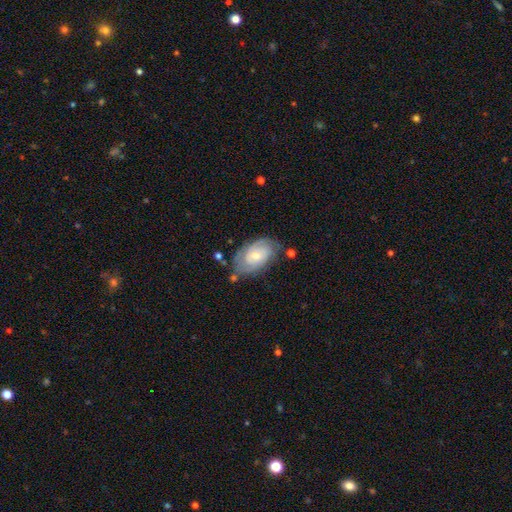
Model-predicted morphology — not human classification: Overall: featured or disk (58%; smooth 35%). Edge-on disk: no (95%). Bar: no (66%; weak 29%). Spiral arms: yes (79%). Bulge size: small (48%; moderate 45%). Merging: none (61%; minor disturbance 25%).